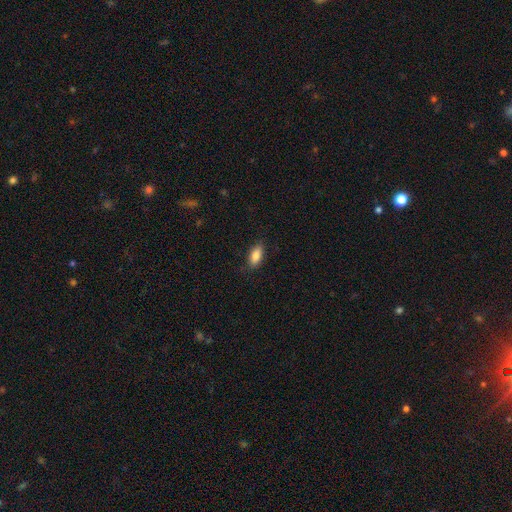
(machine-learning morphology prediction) A smooth galaxy with no disk features (85%) that is in between round and cigar-shaped (90%).

Vote fractions:
- Smooth or featured? smooth: 85% / featured or disk: 8% / star or artifact: 7%
- How rounded? in between: 90% / cigar-shaped: 7% / round: 3%
- Merging? none: 85% / minor disturbance: 11% / major disturbance: 3% / merger: 1%